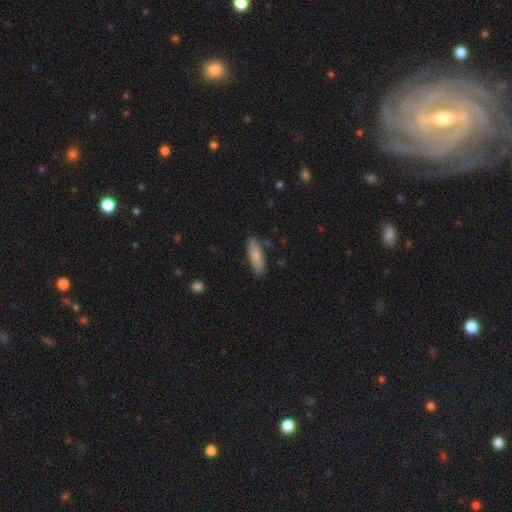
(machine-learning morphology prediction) Smooth or featured: smooth — 82% (featured or disk — 12%)
How rounded: in between — 52% (cigar-shaped — 47%)
Merging: none — 80% (minor disturbance — 15%)